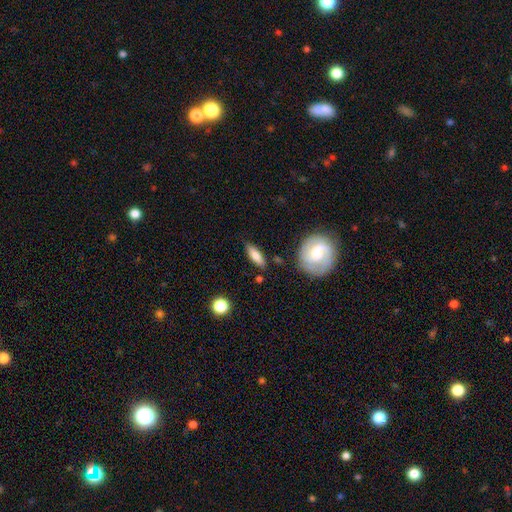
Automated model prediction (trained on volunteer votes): Overall: smooth (73%). How rounded: cigar-shaped (49%; in between 48%). Merging: none (78%).